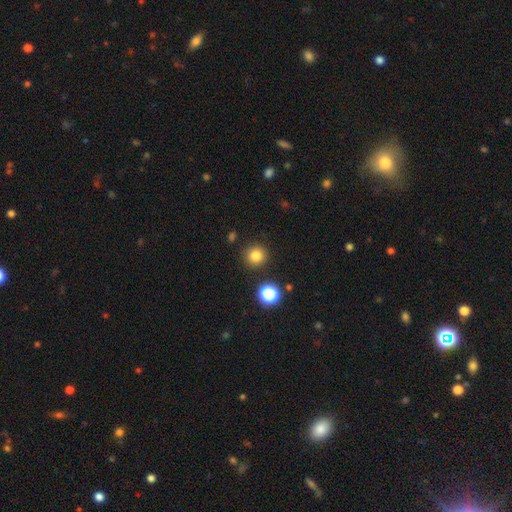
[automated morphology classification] A smooth galaxy with no disk features (81%) that is round (93%). Merging: none (89%).